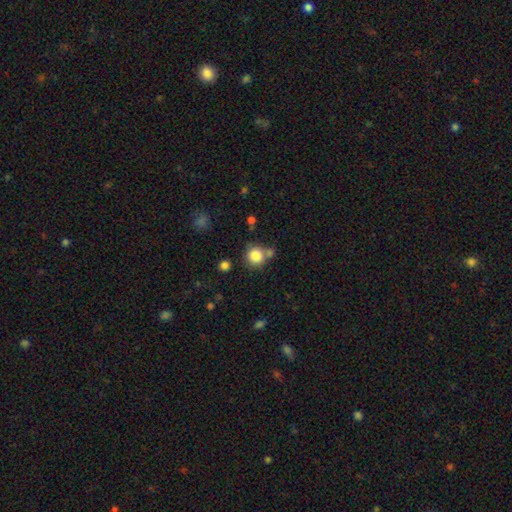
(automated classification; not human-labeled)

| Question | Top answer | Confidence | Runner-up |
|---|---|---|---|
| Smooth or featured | smooth | 85% | star or artifact (9%) |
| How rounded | round | 89% | in between (10%) |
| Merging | none | 63% | merger (19%) |